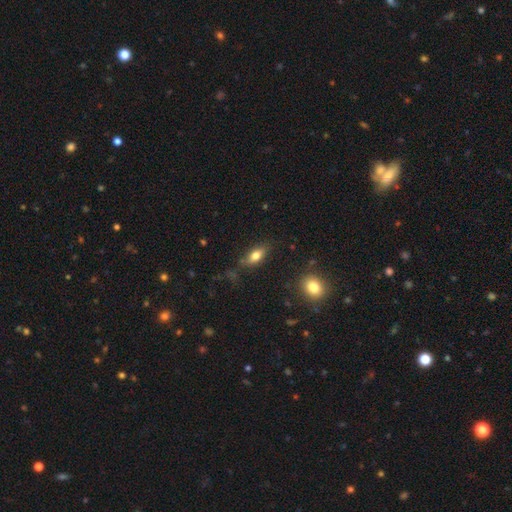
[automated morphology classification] smooth-or-featured: smooth: 75% | featured or disk: 17% | star or artifact: 9%
  how-rounded: in between: 80% | cigar-shaped: 14% | round: 5%
  merging: none: 74% | minor disturbance: 17% | major disturbance: 6% | merger: 3%